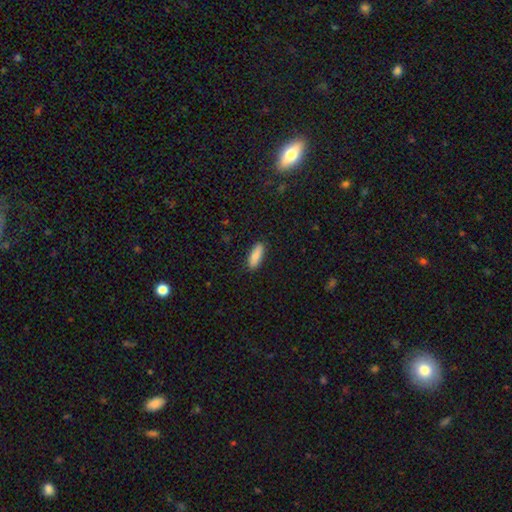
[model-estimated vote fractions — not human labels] This appears to be a smooth galaxy with no disk features (88%) that is in between round and cigar-shaped (59%). Merging: none (89%).